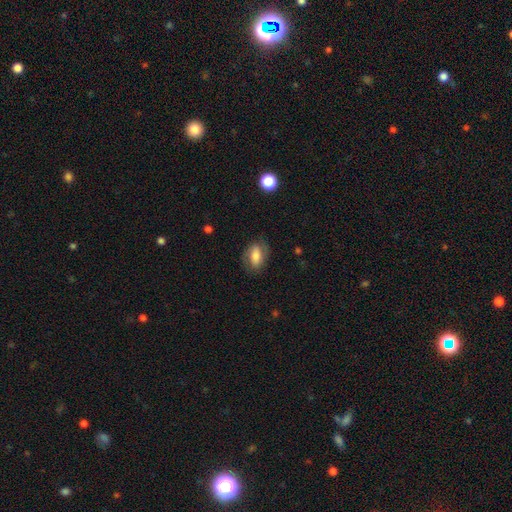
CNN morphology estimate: smooth_or_featured: smooth (p=0.62) [alt: featured or disk p=0.30]
how_rounded: in between (p=0.86) [alt: round p=0.10]
merging: none (p=0.74) [alt: minor disturbance p=0.17]